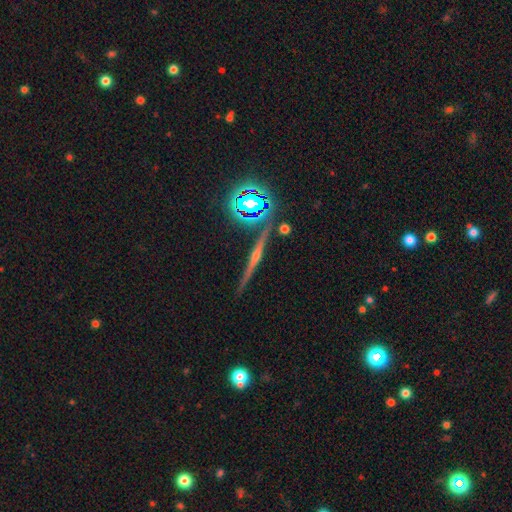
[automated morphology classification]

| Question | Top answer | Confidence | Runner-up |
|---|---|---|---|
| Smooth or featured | featured or disk | 74% | star or artifact (16%) |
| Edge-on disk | yes | 97% | no (3%) |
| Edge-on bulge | rounded | 85% | none (10%) |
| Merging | none | 89% | minor disturbance (7%) |